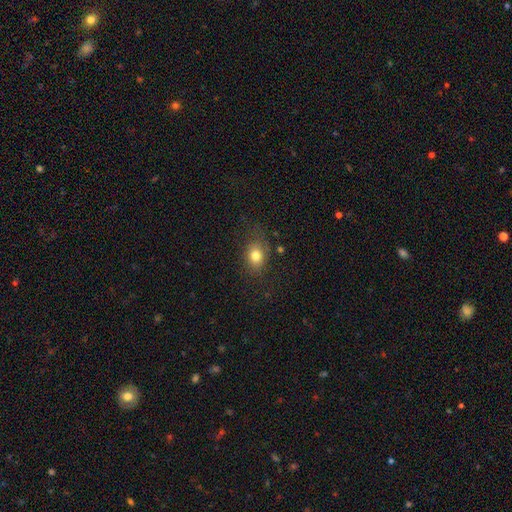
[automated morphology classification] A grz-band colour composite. It shows a smooth galaxy with no disk features (79%) that is in between round and cigar-shaped (59%). Merging: none (72%).